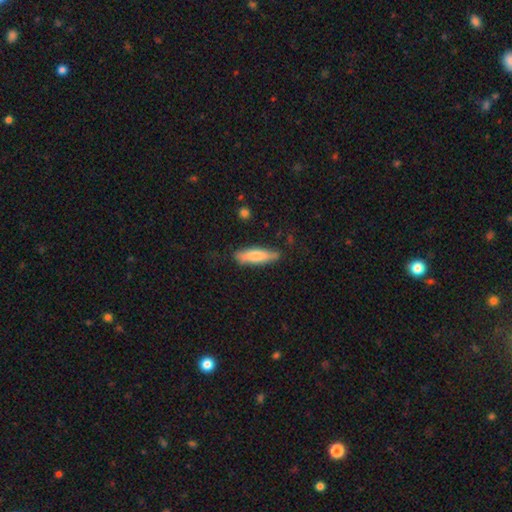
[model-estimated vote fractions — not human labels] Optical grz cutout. It shows a smooth galaxy with no disk features (73%) that is cigar-shaped (66%). Merging: none (78%).